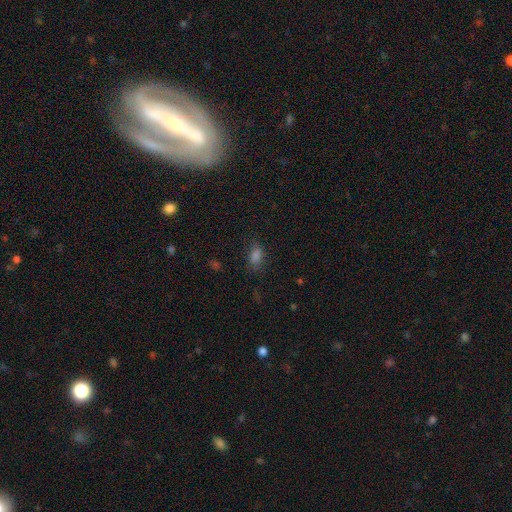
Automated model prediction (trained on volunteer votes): A smooth galaxy with no disk features (74%) that is in between round and cigar-shaped (85%).

Vote fractions:
- Smooth or featured? smooth: 74% / star or artifact: 19% / featured or disk: 7%
- How rounded? in between: 85% / round: 10% / cigar-shaped: 5%
- Merging? none: 73% / minor disturbance: 18% / major disturbance: 7% / merger: 2%